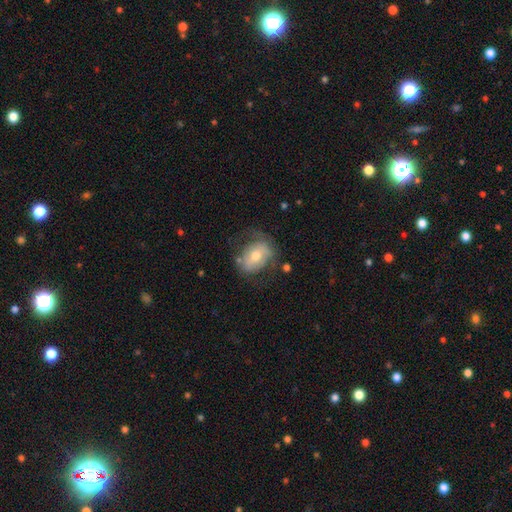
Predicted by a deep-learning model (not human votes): Overall: smooth (48%; featured or disk 43%). Merging: none (58%; minor disturbance 24%).